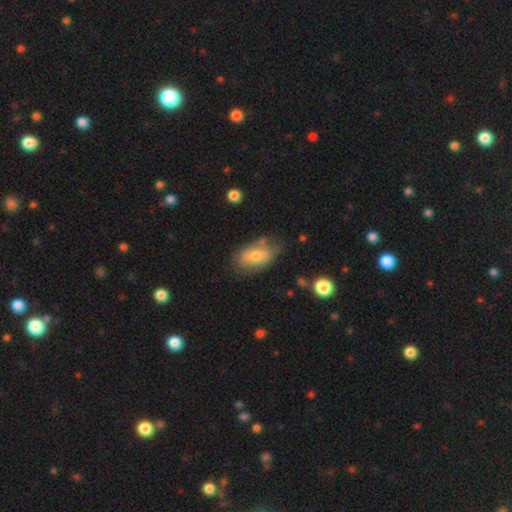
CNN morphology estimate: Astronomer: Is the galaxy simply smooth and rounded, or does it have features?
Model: smooth — 68%.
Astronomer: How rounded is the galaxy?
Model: in between — 90%.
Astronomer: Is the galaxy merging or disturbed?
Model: none — 60%.